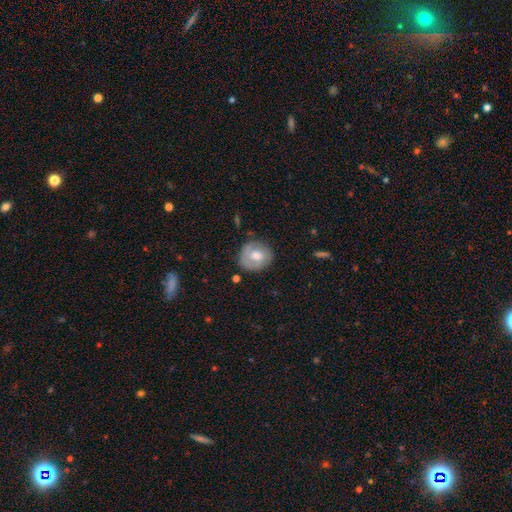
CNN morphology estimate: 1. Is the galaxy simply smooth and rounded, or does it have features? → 55% smooth, 38% featured or disk, 7% star or artifact.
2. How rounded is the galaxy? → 77% round, 22% in between, 1% cigar-shaped.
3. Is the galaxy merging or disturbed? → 73% none, 19% minor disturbance, 6% major disturbance, 2% merger.